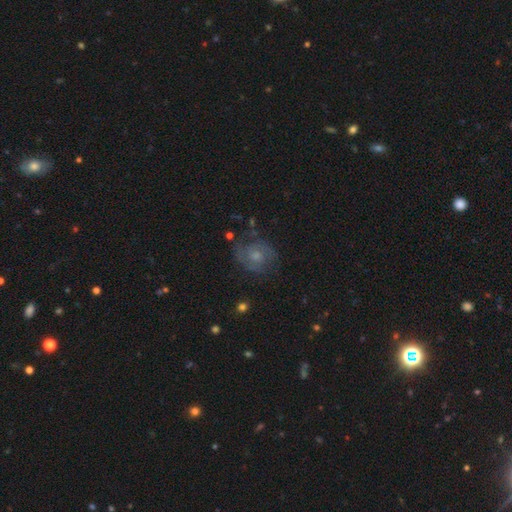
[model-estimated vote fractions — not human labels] featured or disk 66%, smooth 24%, star or artifact 10%. Down the decision tree: edge-on disk — no (97%); bar — no (71%); spiral arms — yes (84%); spiral arm count — 2 (60%); spiral winding — medium (43%); bulge size — small (44%, tied with moderate); merging — none (65%).